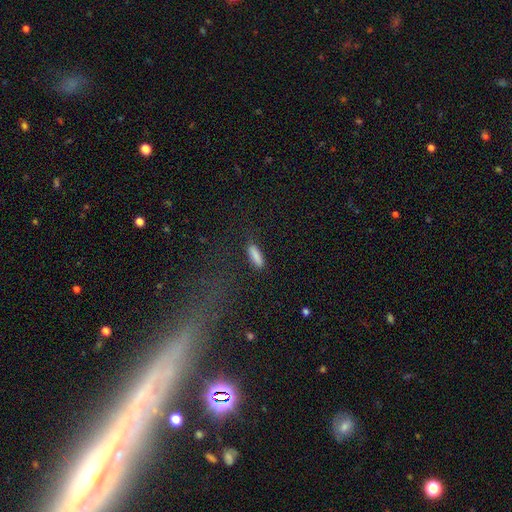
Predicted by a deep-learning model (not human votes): smooth_or_featured: smooth (p=0.87) [alt: star or artifact p=0.07]
how_rounded: cigar-shaped (p=0.60) [alt: in between p=0.37]
merging: none (p=0.85) [alt: minor disturbance p=0.11]